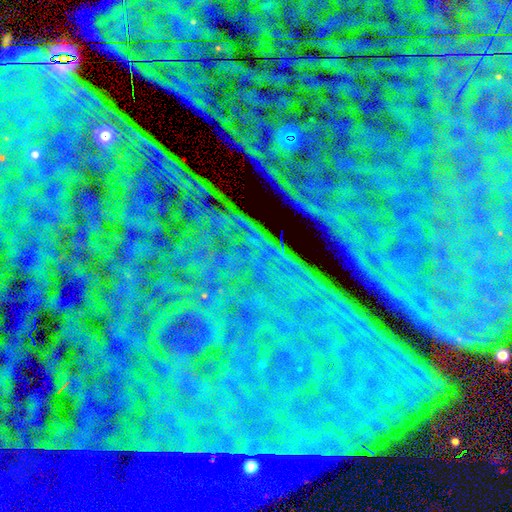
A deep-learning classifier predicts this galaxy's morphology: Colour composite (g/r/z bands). It shows a star or artifact, not a galaxy (88%).